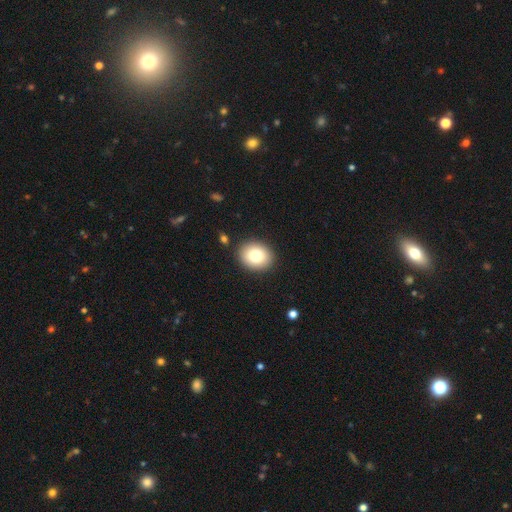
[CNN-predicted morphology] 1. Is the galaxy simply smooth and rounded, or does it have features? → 80% smooth, 11% featured or disk, 9% star or artifact.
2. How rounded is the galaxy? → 60% round, 40% in between, 1% cigar-shaped.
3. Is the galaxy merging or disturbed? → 89% none, 7% minor disturbance, 2% major disturbance, 2% merger.